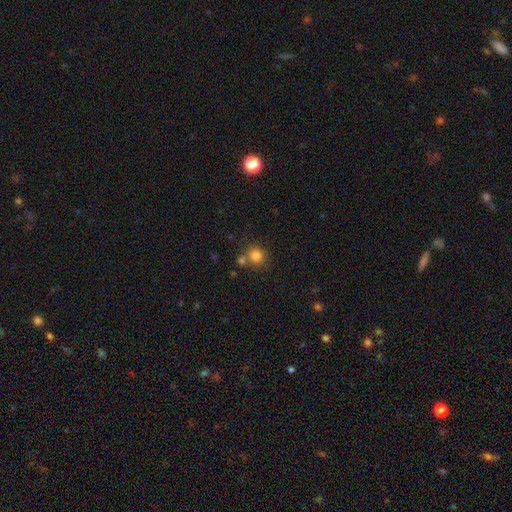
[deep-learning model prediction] The model was most divided on "merging": none: 62%, merger: 24%, minor disturbance: 10%, major disturbance: 4%. More confident: how rounded — round (89%); smooth or featured — smooth (81%).